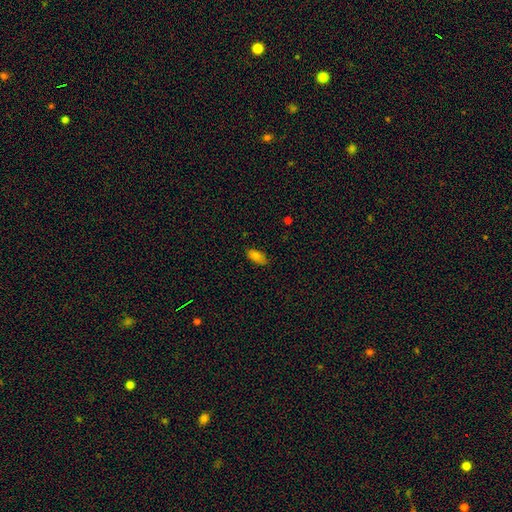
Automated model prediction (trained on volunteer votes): This appears to be a smooth galaxy with no disk features (80%) that is in between round and cigar-shaped (90%). Merging: none (81%).